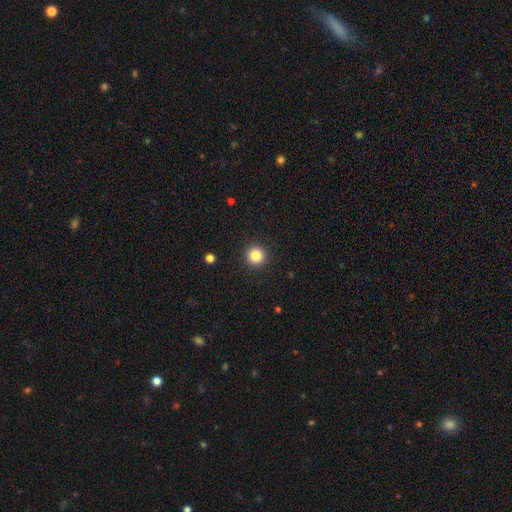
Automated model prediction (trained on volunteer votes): smooth_or_featured: smooth (p=0.84) [alt: star or artifact p=0.11]
how_rounded: round (p=0.96) [alt: in between p=0.04]
merging: none (p=0.93) [alt: minor disturbance p=0.05]